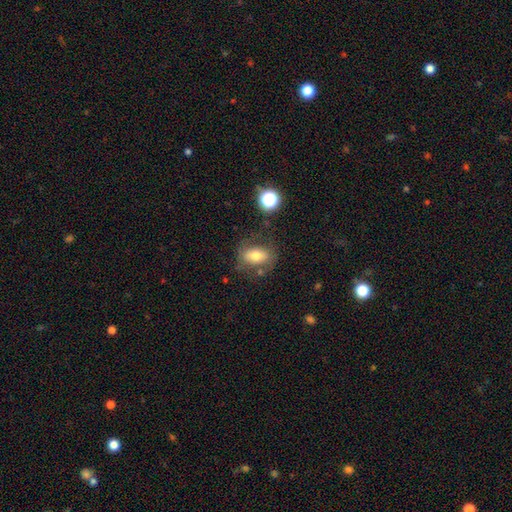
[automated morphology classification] A smooth galaxy with no disk features (65%) that is in between round and cigar-shaped (79%). Merging: none (65%).